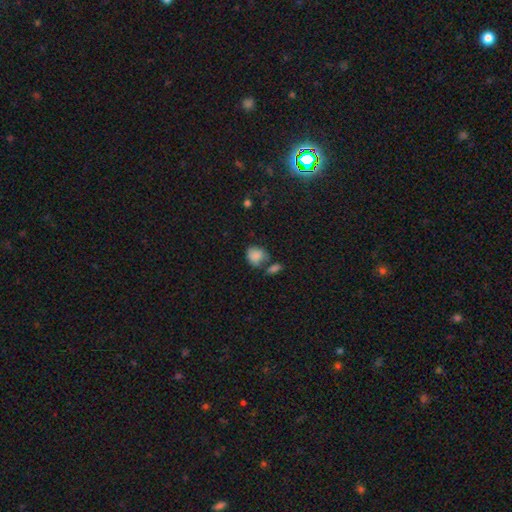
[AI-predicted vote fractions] Smooth or featured? Predicted: smooth (p=0.84). How rounded? Predicted: round (p=0.57). Merging? Predicted: none (p=0.46).